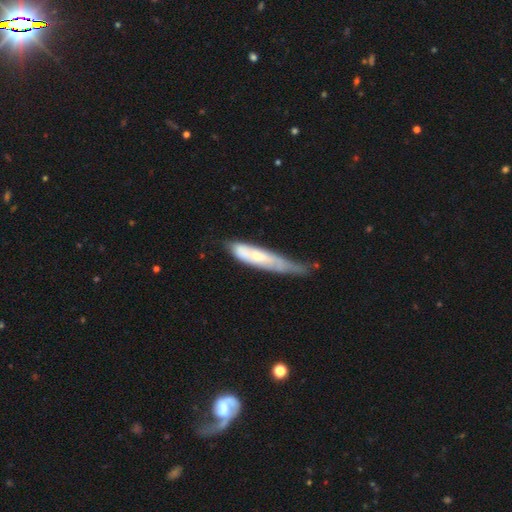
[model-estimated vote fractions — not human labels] A featured or disk galaxy (49%). Merging: minor disturbance (40%).